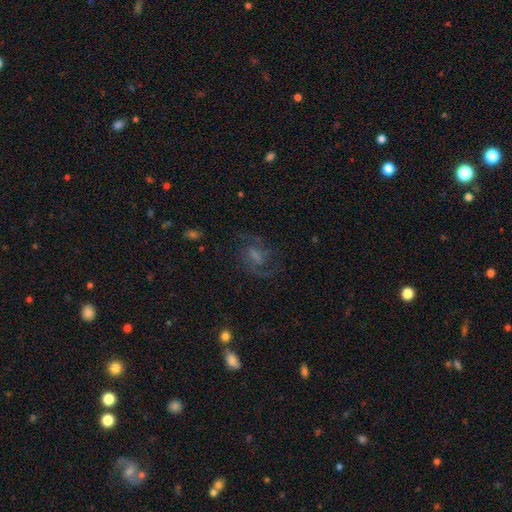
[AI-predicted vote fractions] Smooth or featured? featured or disk (77%)
Edge-on disk? no (97%)
Bar? weak (54%)
Spiral arms? yes (95%)
Spiral winding? medium (58%)
Spiral arm count? 2 (89%)
Bulge size? none (36%)
Merging? none (73%)